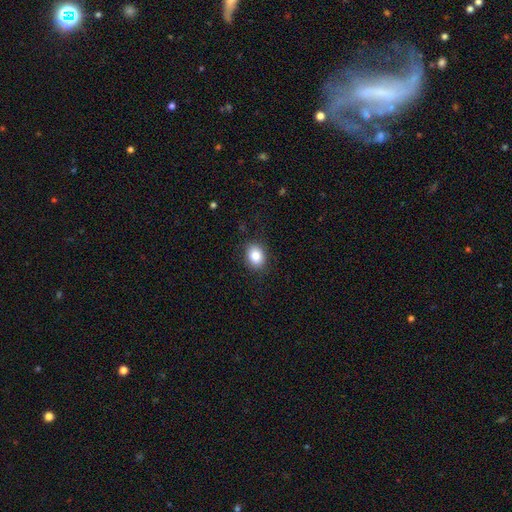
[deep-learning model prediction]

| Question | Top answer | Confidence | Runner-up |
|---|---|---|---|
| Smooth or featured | smooth | 85% | star or artifact (9%) |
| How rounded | in between | 57% | round (42%) |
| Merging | none | 87% | minor disturbance (9%) |